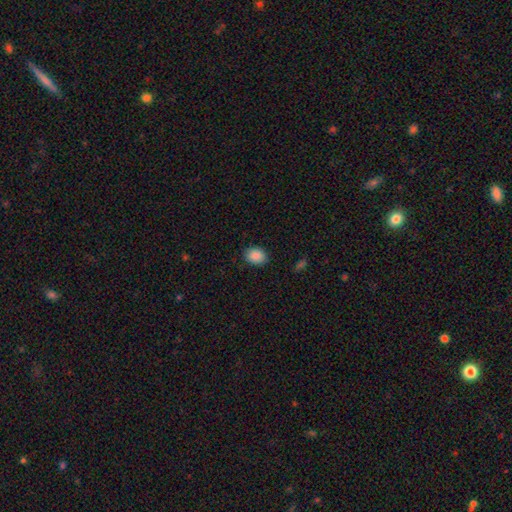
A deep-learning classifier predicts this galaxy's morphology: smooth_or_featured: smooth (p=0.89) [alt: star or artifact p=0.08]
how_rounded: in between (p=0.65) [alt: round p=0.34]
merging: none (p=0.86) [alt: minor disturbance p=0.10]